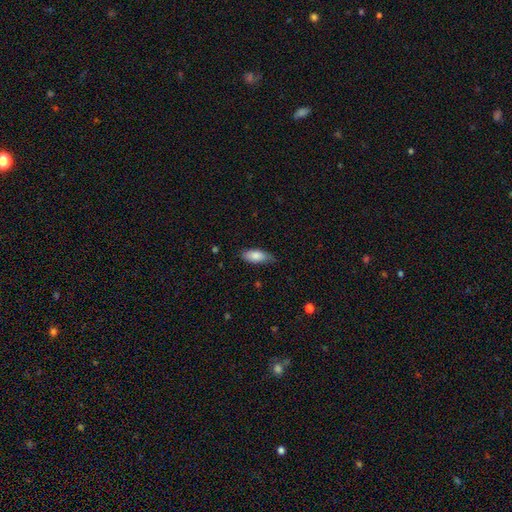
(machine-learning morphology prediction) type=smooth (82%); roundness=in between (82%); merging=none (69%).